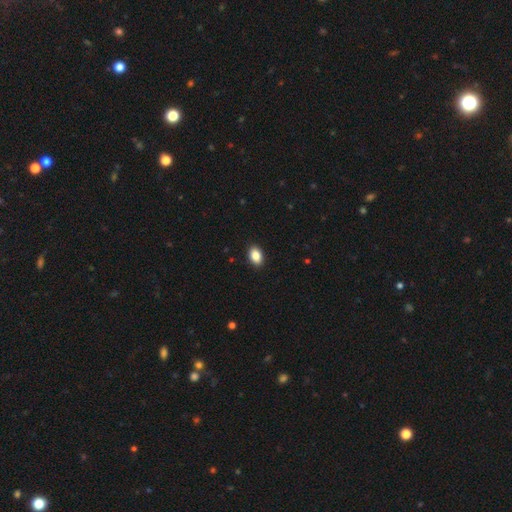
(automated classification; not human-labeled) The model was most divided on "how rounded": in between: 87%, round: 12%, cigar-shaped: 1%. More confident: merging — none (91%); smooth or featured — smooth (87%).